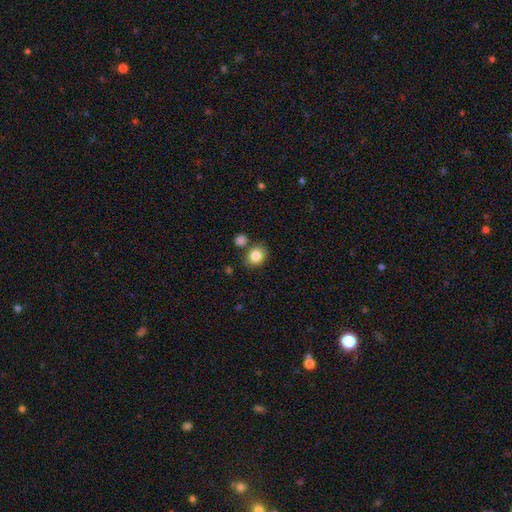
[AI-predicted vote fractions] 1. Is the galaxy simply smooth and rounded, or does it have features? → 84% smooth, 9% star or artifact, 7% featured or disk.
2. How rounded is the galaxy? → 62% round, 38% in between, 1% cigar-shaped.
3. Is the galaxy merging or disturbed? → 77% none, 11% minor disturbance, 9% merger, 3% major disturbance.